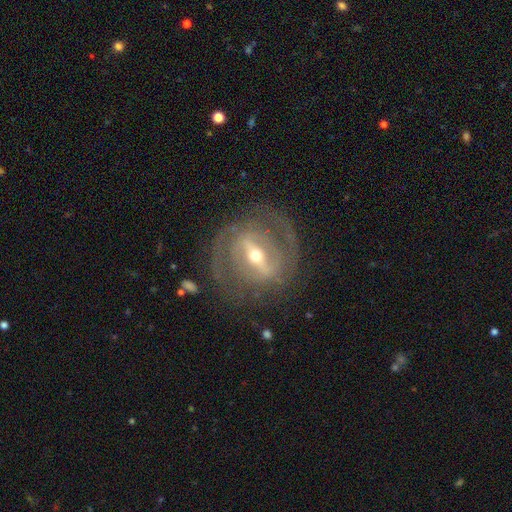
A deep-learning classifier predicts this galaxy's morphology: Smooth or featured? Predicted: featured or disk (p=0.84). Edge-on disk? Predicted: no (p=0.88). Bar? Predicted: strong (p=0.71). Spiral arms? Predicted: yes (p=0.65). Bulge size? Predicted: moderate (p=0.53). Merging? Predicted: none (p=0.76).